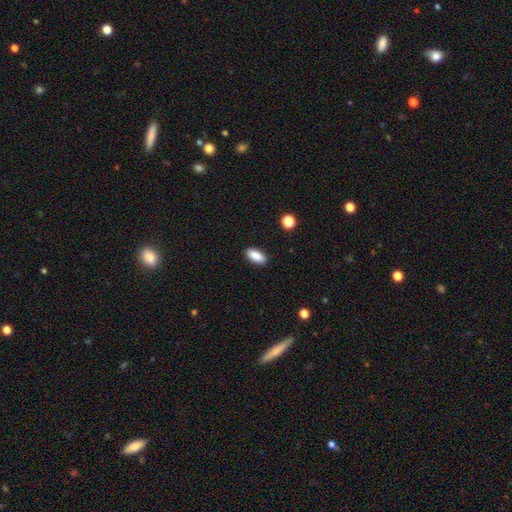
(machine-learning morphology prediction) A smooth galaxy with no disk features (88%) that is in between round and cigar-shaped (86%). Merging: none (89%).